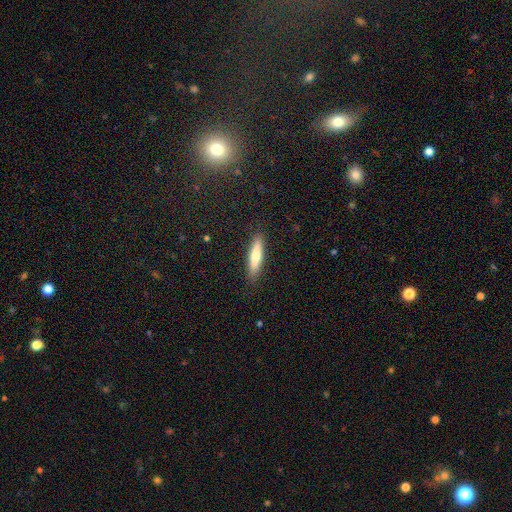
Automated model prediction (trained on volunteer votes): This appears to be a smooth galaxy with no disk features (69%) that is cigar-shaped (83%). Merging: none (88%).